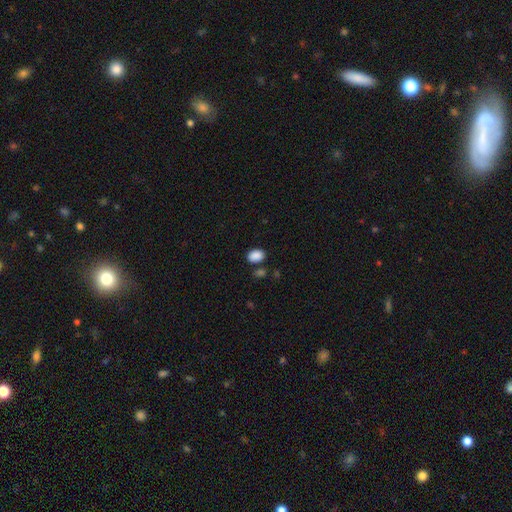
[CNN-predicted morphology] This appears to be a smooth galaxy with no disk features (88%) that is in between round and cigar-shaped (76%). Merging: none (78%).